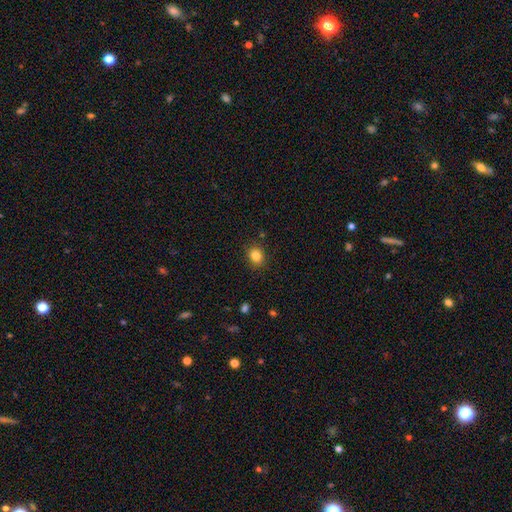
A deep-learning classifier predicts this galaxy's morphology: smooth 84%, star or artifact 11%, featured or disk 5%. Down the decision tree: how rounded — round (61%); merging — none (87%).